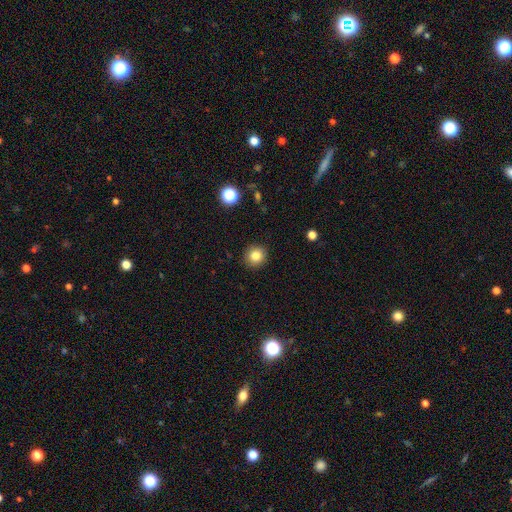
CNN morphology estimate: Smooth or featured?
  - smooth: 83% *
  - star or artifact: 11%
  - featured or disk: 6%
How rounded?
  - round: 92% *
  - in between: 7%
  - cigar-shaped: 1%
Merging?
  - none: 91% *
  - minor disturbance: 6%
  - major disturbance: 2%
  - merger: 1%